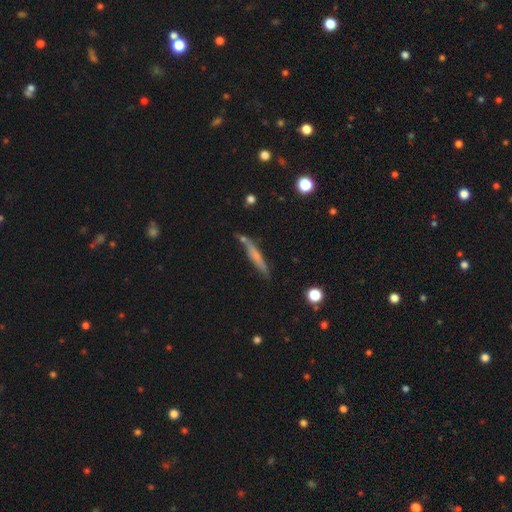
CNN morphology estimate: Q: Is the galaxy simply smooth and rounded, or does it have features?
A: smooth — 55%.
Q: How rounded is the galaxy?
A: cigar-shaped — 91%.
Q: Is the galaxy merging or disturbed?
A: none — 70%.